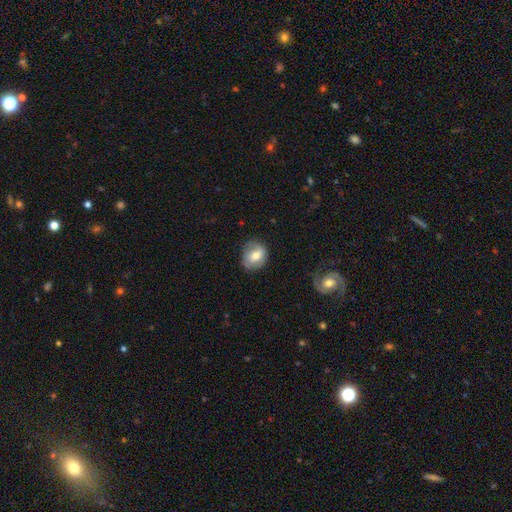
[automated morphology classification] Smooth or featured?
  - smooth: 55% *
  - featured or disk: 38%
  - star or artifact: 8%
How rounded?
  - round: 59% *
  - in between: 40%
  - cigar-shaped: 1%
Merging?
  - none: 67% *
  - minor disturbance: 24%
  - major disturbance: 8%
  - merger: 1%